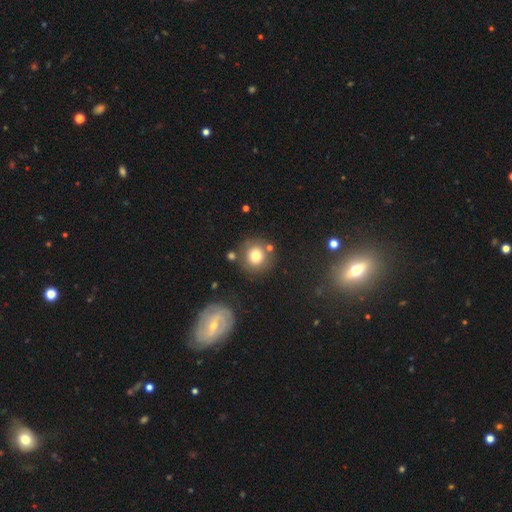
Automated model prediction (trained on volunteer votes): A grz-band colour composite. It shows a smooth galaxy with no disk features (74%) that is round (91%). Merging: none (77%).